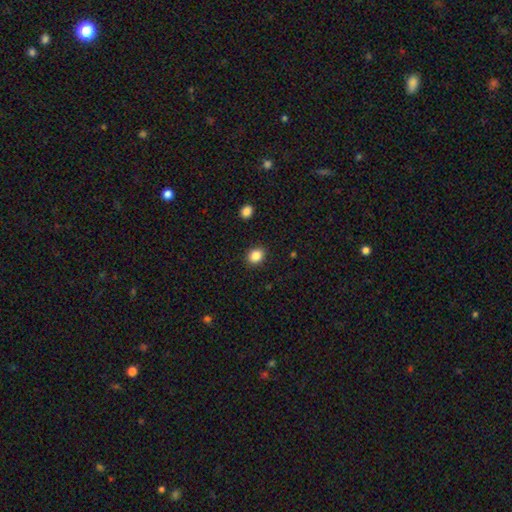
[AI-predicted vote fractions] smooth_or_featured: smooth (p=0.86) [alt: star or artifact p=0.09]
how_rounded: round (p=0.50) [tied with: in between p=0.50]
merging: none (p=0.90) [alt: minor disturbance p=0.07]